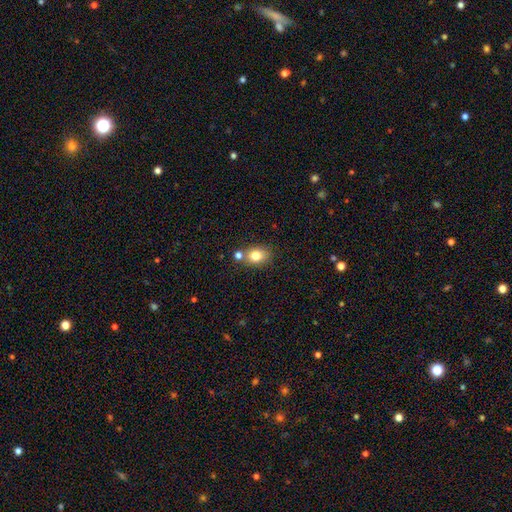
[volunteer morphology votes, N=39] Smooth or featured?
  - smooth: 74% *
  - featured or disk: 15%
  - star or artifact: 10%
How rounded?
  - in between: 69% *
  - round: 31%
  - cigar-shaped: 0%
Merging?
  - none: 80% *
  - merger: 14%
  - minor disturbance: 6%
  - major disturbance: 0%